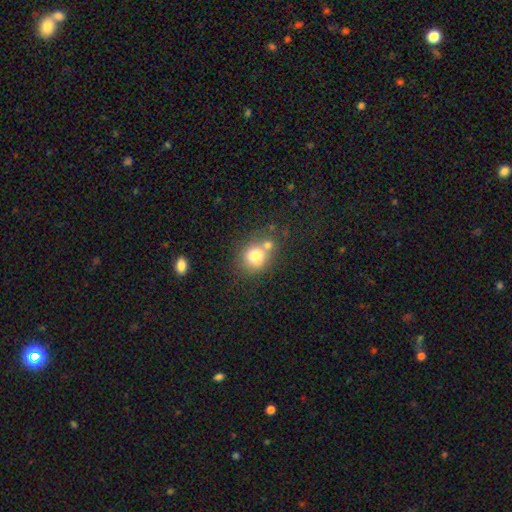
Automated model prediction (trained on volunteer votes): Smooth or featured? smooth (77%)
How rounded? round (73%)
Merging? none (48%)